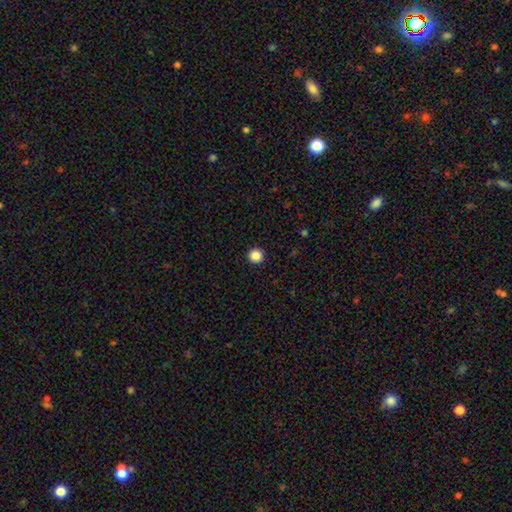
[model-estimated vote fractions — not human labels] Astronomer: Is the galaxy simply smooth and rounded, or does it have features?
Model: smooth — 86%.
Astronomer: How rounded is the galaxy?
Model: round — 97%.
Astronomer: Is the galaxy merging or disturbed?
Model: none — 94%.